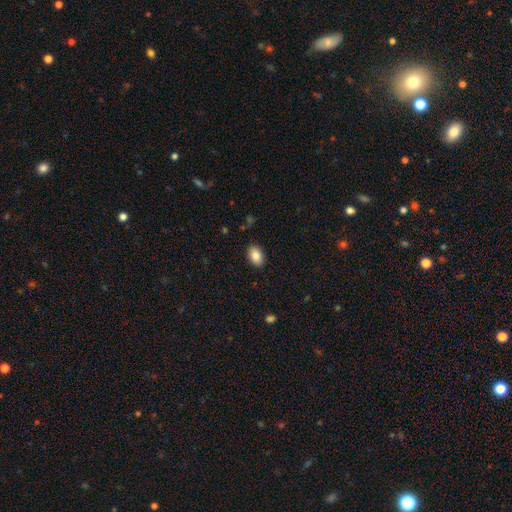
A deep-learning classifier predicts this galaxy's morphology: smooth 87%, star or artifact 8%, featured or disk 5%. Down the decision tree: how rounded — in between (86%); merging — none (88%).